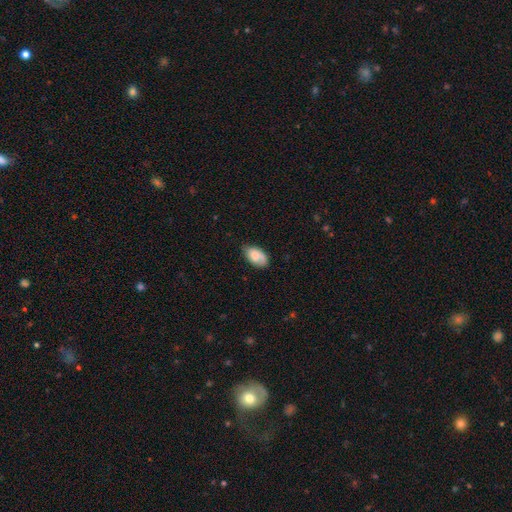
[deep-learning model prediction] Smooth or featured? Predicted: smooth (p=0.70). How rounded? Predicted: in between (p=0.93). Merging? Predicted: none (p=0.66).